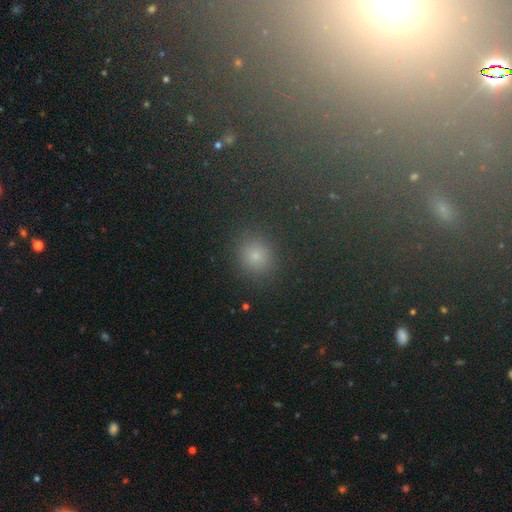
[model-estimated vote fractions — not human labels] Q: Smooth or featured?
A: smooth (72%); runner-up: star or artifact (21%)
Q: How rounded?
A: round (80%); runner-up: in between (19%)
Q: Merging?
A: none (86%); runner-up: minor disturbance (8%)